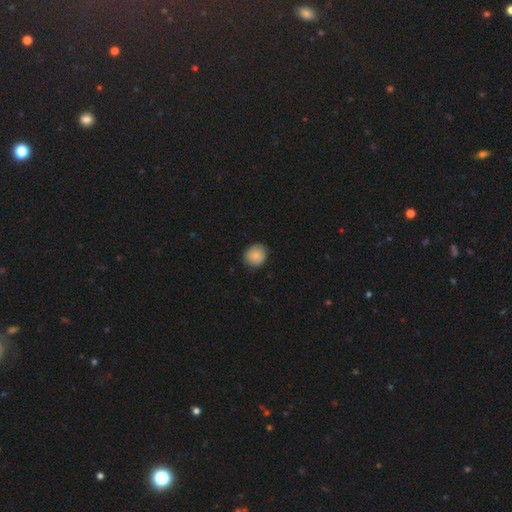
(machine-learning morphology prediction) Smooth or featured? Predicted: smooth (p=0.82). How rounded? Predicted: round (p=0.81). Merging? Predicted: none (p=0.81).